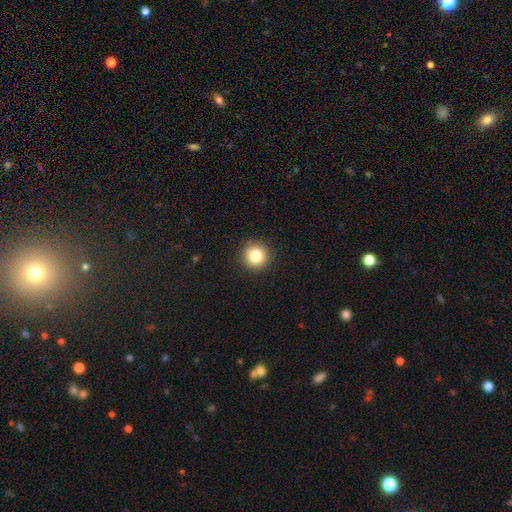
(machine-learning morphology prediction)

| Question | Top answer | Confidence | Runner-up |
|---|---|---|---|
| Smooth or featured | smooth | 83% | star or artifact (10%) |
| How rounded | round | 94% | in between (5%) |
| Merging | none | 92% | minor disturbance (5%) |